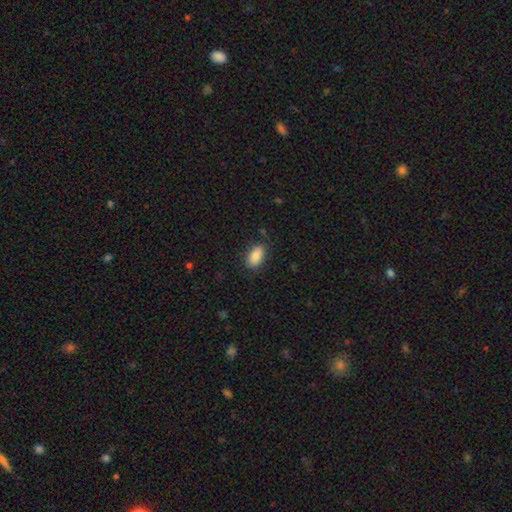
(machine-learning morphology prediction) This is clearly a smooth galaxy (85%). How rounded: clearly in between (93%). Merging: clearly none (83%).